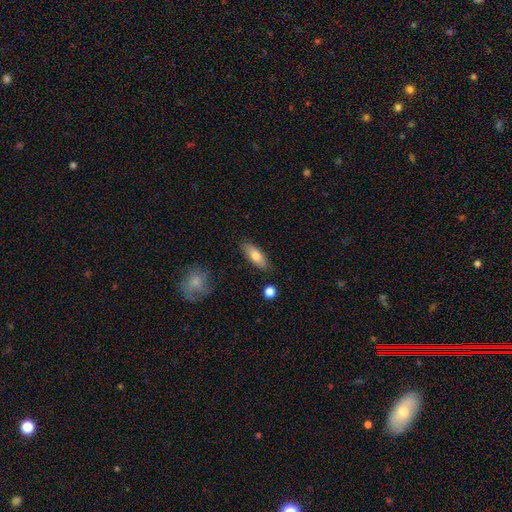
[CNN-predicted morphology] smooth_or_featured: smooth (p=0.72) [alt: featured or disk p=0.21]
how_rounded: in between (p=0.67) [alt: cigar-shaped p=0.30]
merging: none (p=0.85) [alt: minor disturbance p=0.11]